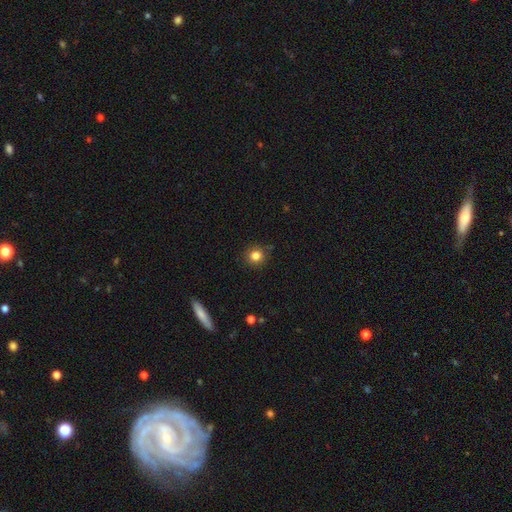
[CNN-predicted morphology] This is clearly a smooth galaxy (82%). How rounded: clearly round (89%). Merging: clearly none (87%).